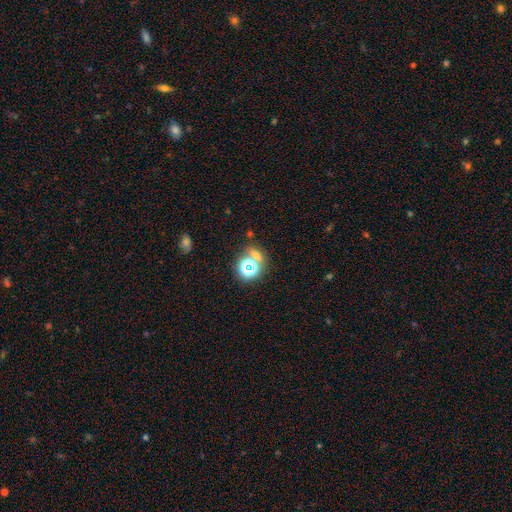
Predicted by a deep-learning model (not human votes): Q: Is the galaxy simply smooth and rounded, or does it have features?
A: star or artifact — 47%.